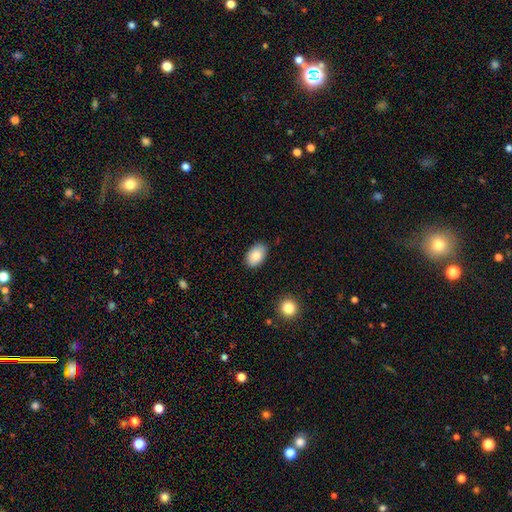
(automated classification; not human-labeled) Overall: smooth (85%). How rounded: in between (91%). Merging: none (86%).